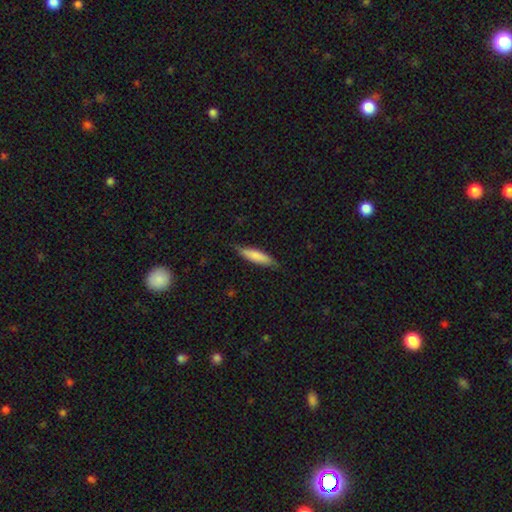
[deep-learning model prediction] smooth-or-featured: smooth: 78% | featured or disk: 17% | star or artifact: 5%
  how-rounded: cigar-shaped: 75% | in between: 24% | round: 1%
  merging: none: 79% | minor disturbance: 17% | major disturbance: 3% | merger: 1%